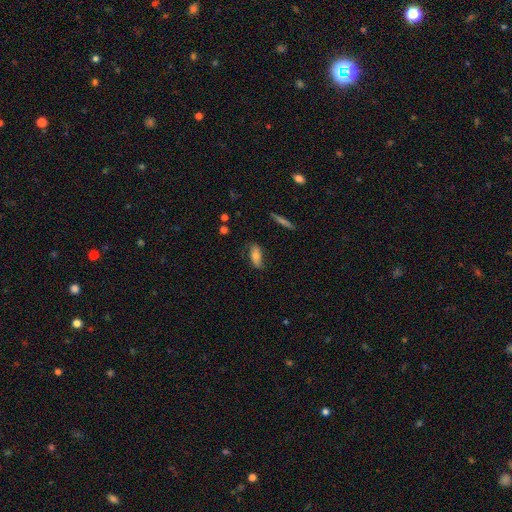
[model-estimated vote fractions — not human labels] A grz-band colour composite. It shows a smooth galaxy with no disk features (70%) that is in between round and cigar-shaped (76%). Merging: none (70%).